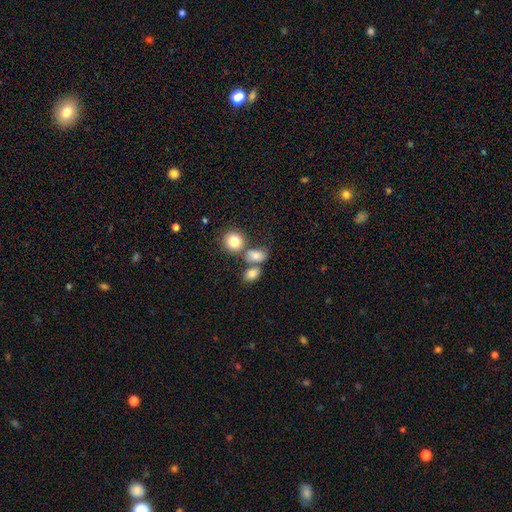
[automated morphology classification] smooth 78%, star or artifact 11%, featured or disk 11%. Down the decision tree: how rounded — in between (68%); merging — none (47%).